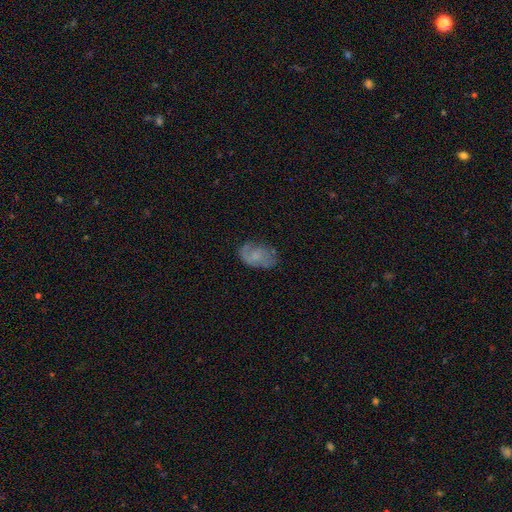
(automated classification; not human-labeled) The model was most divided on "smooth or featured": featured or disk: 47%, smooth: 43%, star or artifact: 9%. More confident: merging — none (64%).